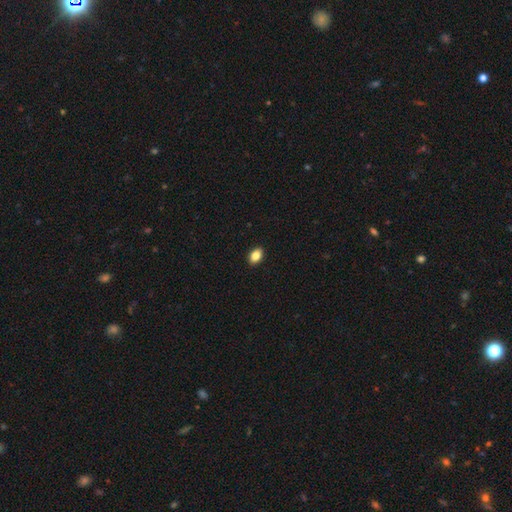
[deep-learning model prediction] smooth 85%, star or artifact 9%, featured or disk 6%. Down the decision tree: how rounded — in between (84%); merging — none (91%).